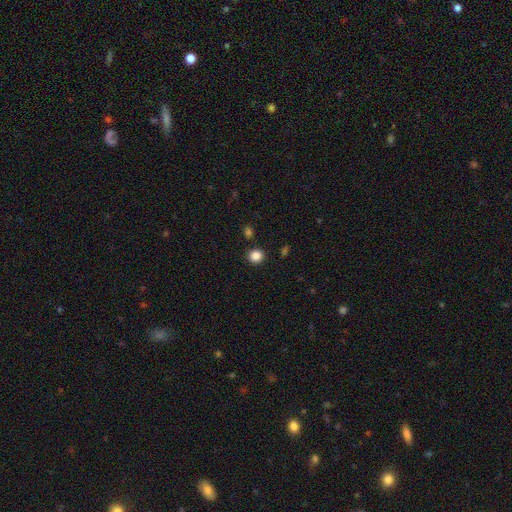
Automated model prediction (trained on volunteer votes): Smooth or featured?
  - smooth: 85% *
  - star or artifact: 11%
  - featured or disk: 3%
How rounded?
  - round: 86% *
  - in between: 13%
  - cigar-shaped: 1%
Merging?
  - none: 88% *
  - minor disturbance: 6%
  - merger: 3%
  - major disturbance: 2%